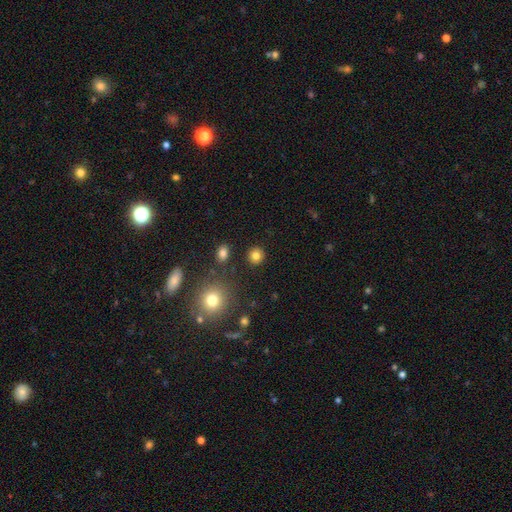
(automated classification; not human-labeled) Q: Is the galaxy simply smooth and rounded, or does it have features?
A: smooth — 82%.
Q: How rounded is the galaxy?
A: round — 89%.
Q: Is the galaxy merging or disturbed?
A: none — 89%.